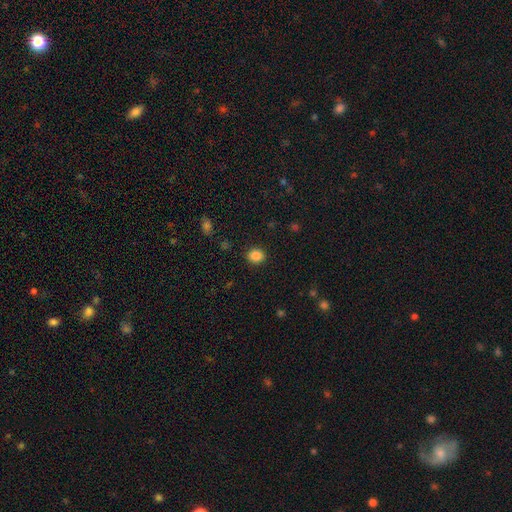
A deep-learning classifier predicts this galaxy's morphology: Smooth or featured? Predicted: smooth (p=0.86). How rounded? Predicted: round (p=0.67). Merging? Predicted: none (p=0.89).